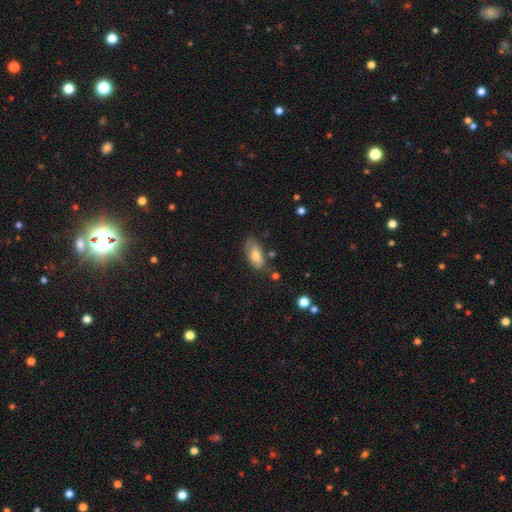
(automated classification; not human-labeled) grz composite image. It shows a smooth galaxy with no disk features (71%) that is in between round and cigar-shaped (89%). Merging: none (70%).